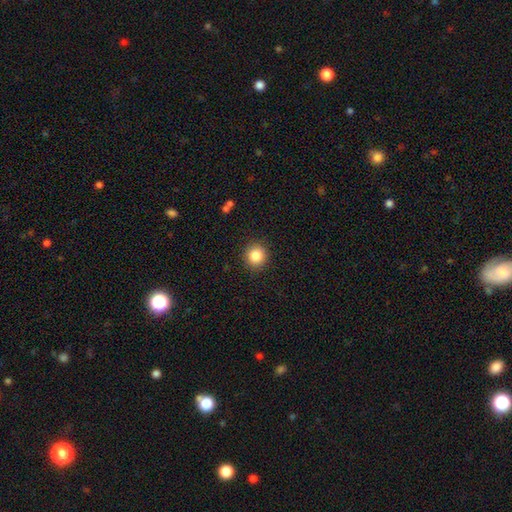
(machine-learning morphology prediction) Q: Smooth or featured?
A: smooth (85%); runner-up: star or artifact (10%)
Q: How rounded?
A: round (92%); runner-up: in between (7%)
Q: Merging?
A: none (91%); runner-up: minor disturbance (6%)